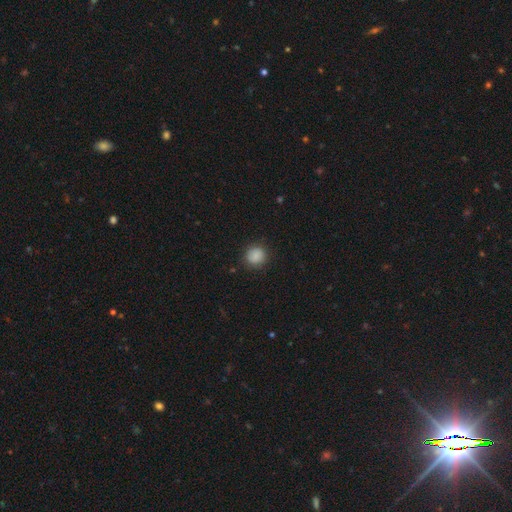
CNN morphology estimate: Smooth or featured: smooth — 87% (star or artifact — 9%)
How rounded: round — 88% (in between — 11%)
Merging: none — 87% (minor disturbance — 9%)